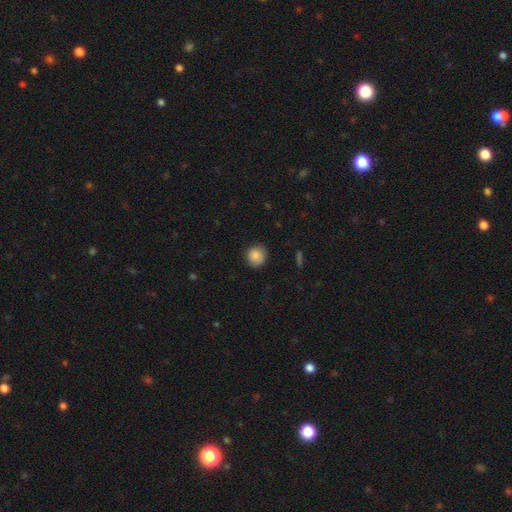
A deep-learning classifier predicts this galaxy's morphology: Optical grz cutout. It shows a smooth galaxy with no disk features (86%) that is round (88%). Merging: none (85%).